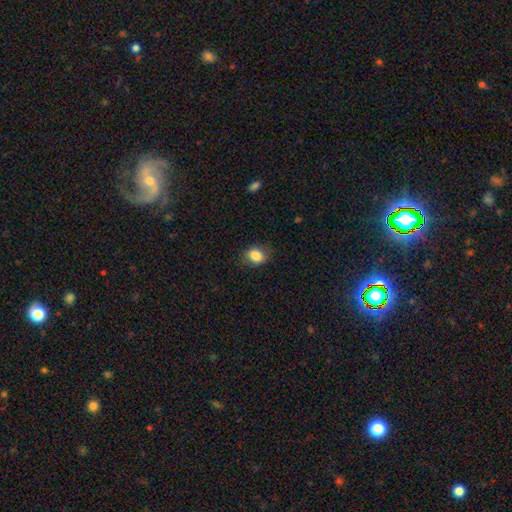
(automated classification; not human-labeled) Morphology: type=smooth (85%); roundness=in between (55%); merging=none (78%).